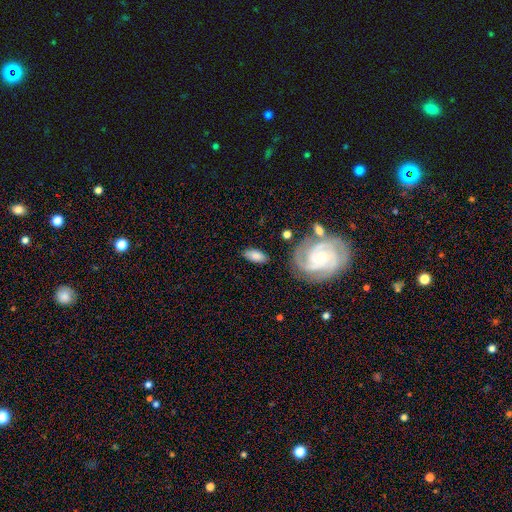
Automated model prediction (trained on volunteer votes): Smooth or featured: smooth — 65% (featured or disk — 28%)
How rounded: in between — 87% (cigar-shaped — 8%)
Merging: none — 76% (minor disturbance — 15%)